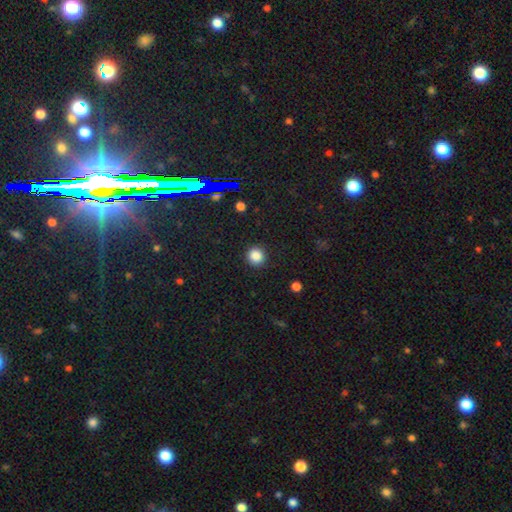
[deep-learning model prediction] smooth 85%, star or artifact 12%, featured or disk 3%. Down the decision tree: how rounded — round (91%); merging — none (90%).